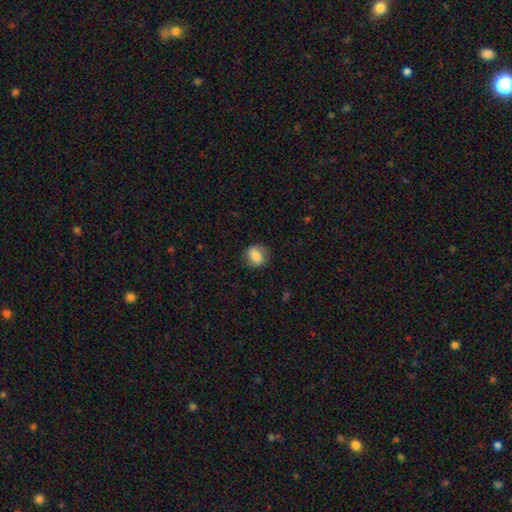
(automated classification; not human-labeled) smooth_or_featured: smooth (p=0.76) [alt: featured or disk p=0.16]
how_rounded: round (p=0.58) [alt: in between p=0.41]
merging: none (p=0.79) [alt: minor disturbance p=0.15]